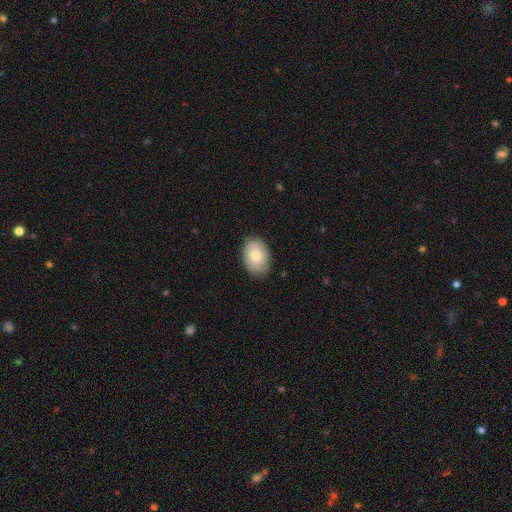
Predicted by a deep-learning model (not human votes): smooth_or_featured: smooth (p=0.71) [alt: featured or disk p=0.22]
how_rounded: in between (p=0.78) [alt: round p=0.21]
merging: none (p=0.78) [alt: minor disturbance p=0.17]